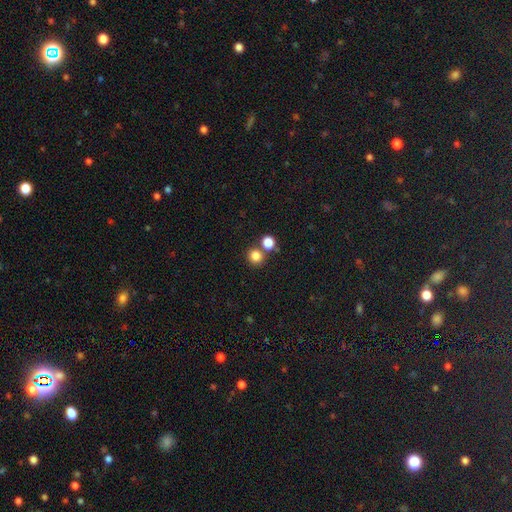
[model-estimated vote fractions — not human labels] This appears to be a smooth galaxy with no disk features (83%) that is round (89%). Merging: none (70%).